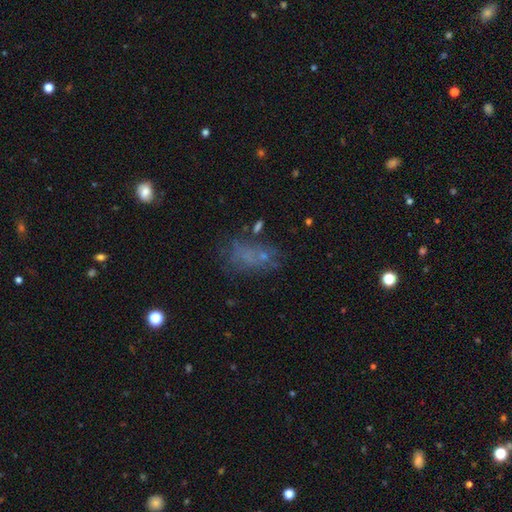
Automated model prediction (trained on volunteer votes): Morphology: type=smooth (48%); merging=none (48%).